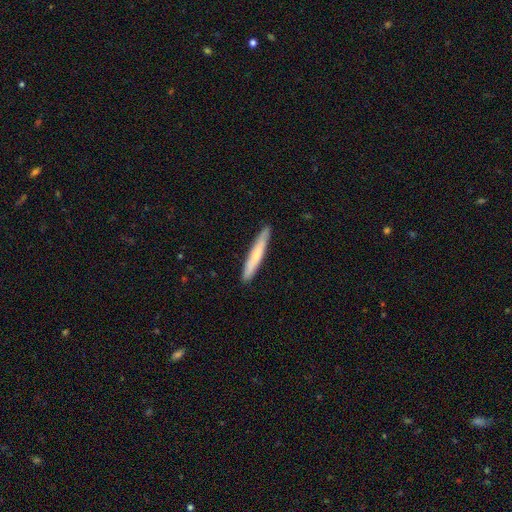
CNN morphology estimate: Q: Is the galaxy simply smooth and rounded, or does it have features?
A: smooth — 67%.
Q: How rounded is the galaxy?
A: cigar-shaped — 95%.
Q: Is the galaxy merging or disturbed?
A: none — 90%.